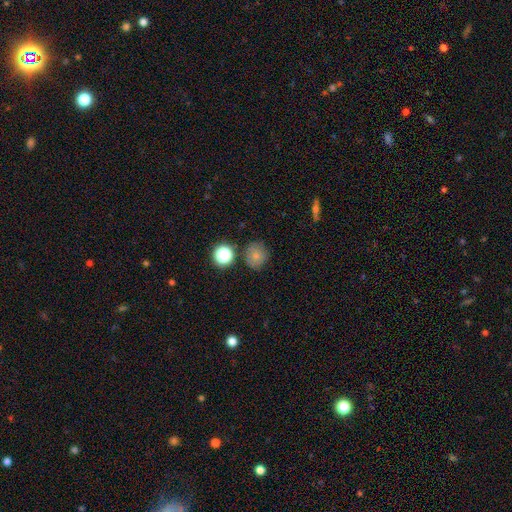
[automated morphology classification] Smooth or featured? Predicted: smooth (p=0.76). How rounded? Predicted: round (p=0.83). Merging? Predicted: none (p=0.77).